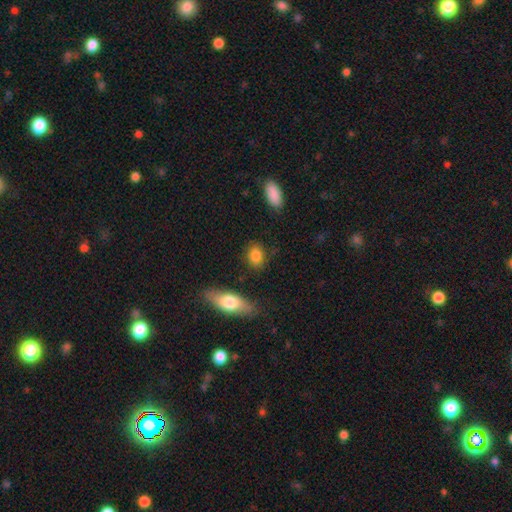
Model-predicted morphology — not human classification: Smooth or featured? smooth (85%)
How rounded? in between (63%)
Merging? none (84%)